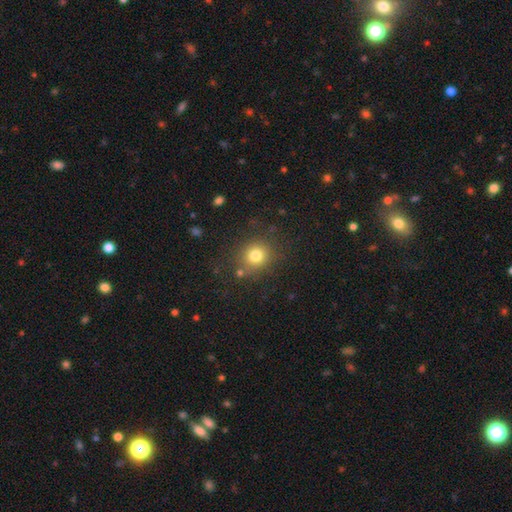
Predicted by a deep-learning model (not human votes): Smooth or featured? smooth (78%)
How rounded? round (82%)
Merging? none (80%)